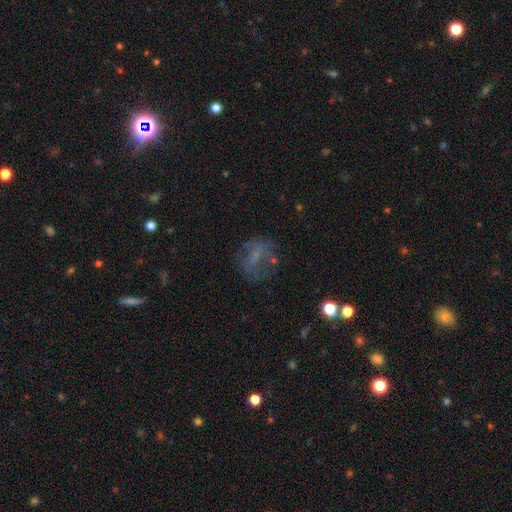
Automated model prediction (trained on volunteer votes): Smooth or featured? smooth (42%)
Merging? none (57%)